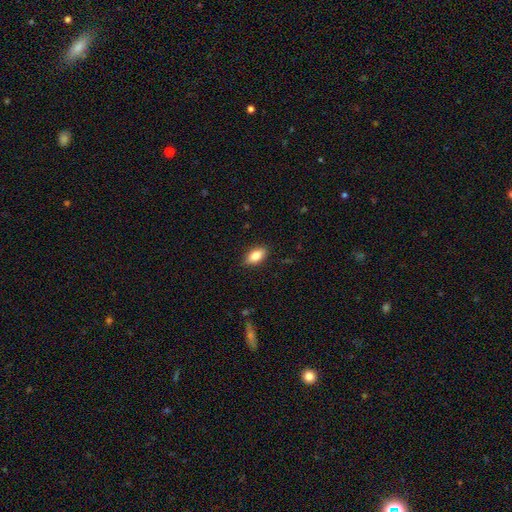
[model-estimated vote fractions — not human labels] A smooth galaxy with no disk features (81%) that is in between round and cigar-shaped (89%). Merging: none (86%).